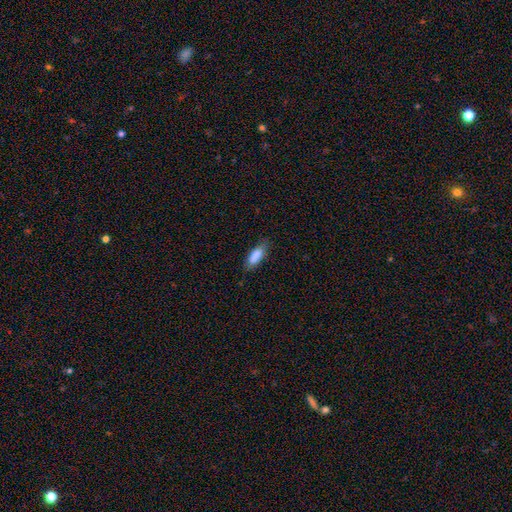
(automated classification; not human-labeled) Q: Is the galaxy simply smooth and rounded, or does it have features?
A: smooth — 85%.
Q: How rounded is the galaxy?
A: in between — 65%.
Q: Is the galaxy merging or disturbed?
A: none — 74%.